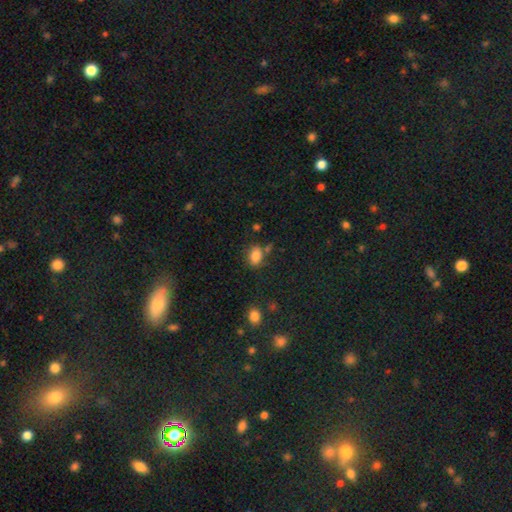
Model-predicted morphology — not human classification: This is clearly a smooth galaxy (81%). How rounded: likely in between (76%). Merging: likely none (66%).